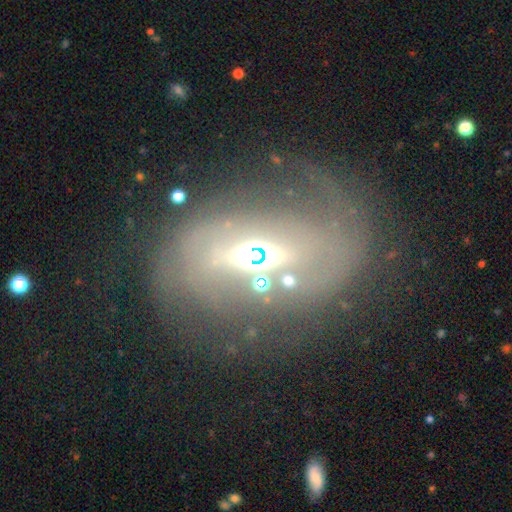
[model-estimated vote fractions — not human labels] This appears to be a star or artifact, not a galaxy (44%).